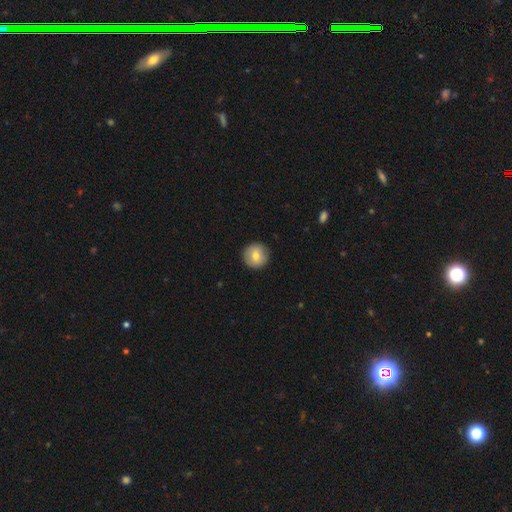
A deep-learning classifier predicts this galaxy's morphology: This appears to be a smooth galaxy with no disk features (74%) that is round (95%). Merging: none (91%).